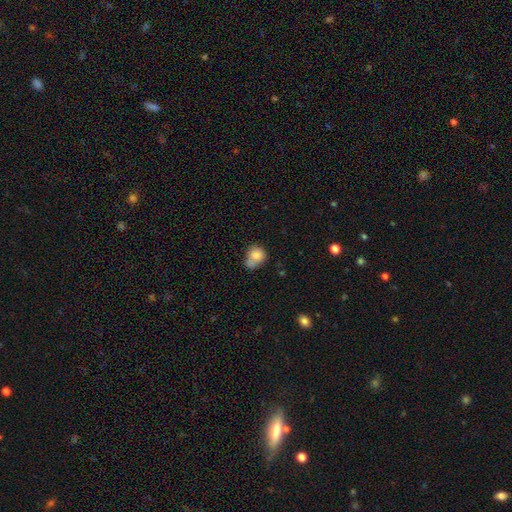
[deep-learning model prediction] Q: Smooth or featured?
A: smooth (80%); runner-up: featured or disk (11%)
Q: How rounded?
A: round (59%); runner-up: in between (40%)
Q: Merging?
A: none (35%); runner-up: merger (28%)